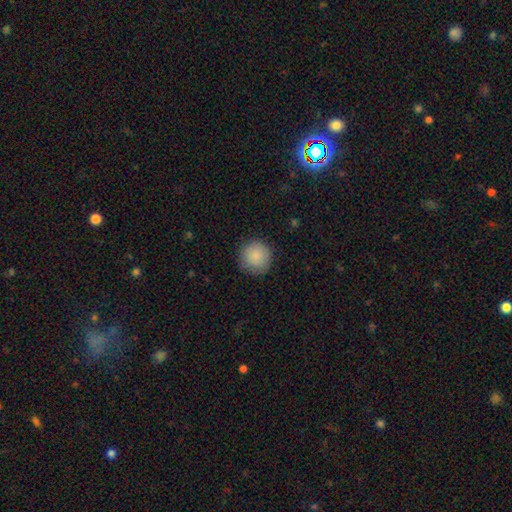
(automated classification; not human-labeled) Smooth or featured: smooth — 87% (star or artifact — 7%)
How rounded: round — 94% (in between — 5%)
Merging: none — 85% (minor disturbance — 11%)